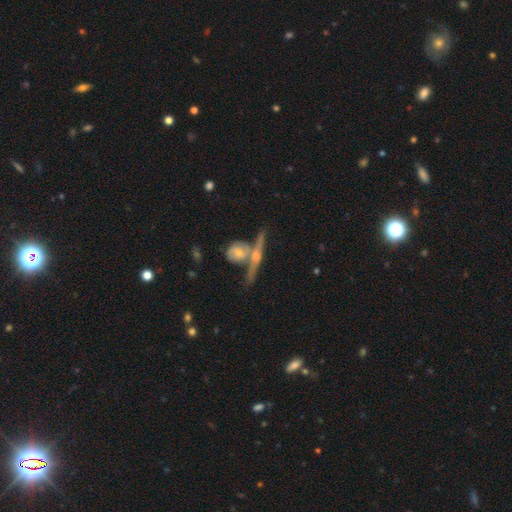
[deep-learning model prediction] Smooth or featured? featured or disk (69%)
Edge-on disk? yes (87%)
Edge-on bulge? rounded (75%)
Merging? none (59%)